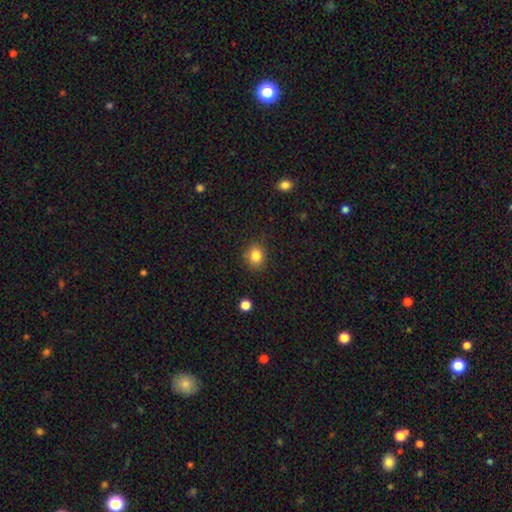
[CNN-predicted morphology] Q: Smooth or featured?
A: smooth (84%); runner-up: star or artifact (11%)
Q: How rounded?
A: round (79%); runner-up: in between (20%)
Q: Merging?
A: none (85%); runner-up: minor disturbance (11%)